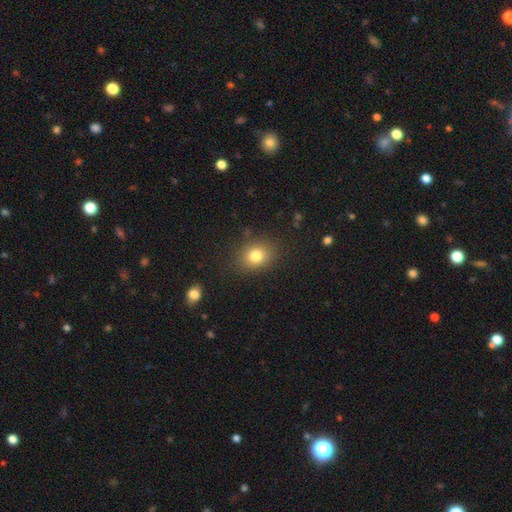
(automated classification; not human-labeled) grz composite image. It shows a smooth galaxy with no disk features (80%) that is round (52%). Merging: none (84%).